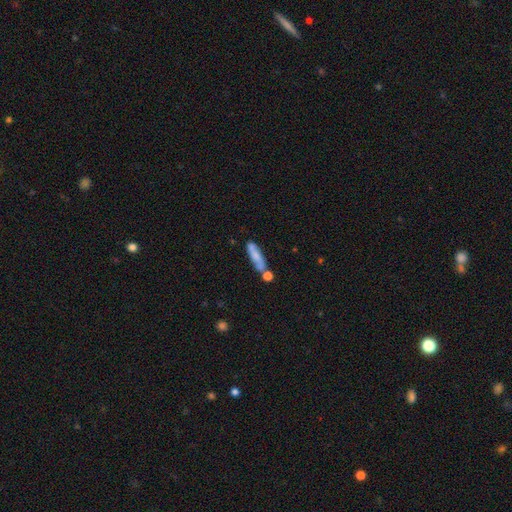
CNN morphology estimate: A smooth galaxy with no disk features (63%) that is cigar-shaped (69%). Merging: none (55%).